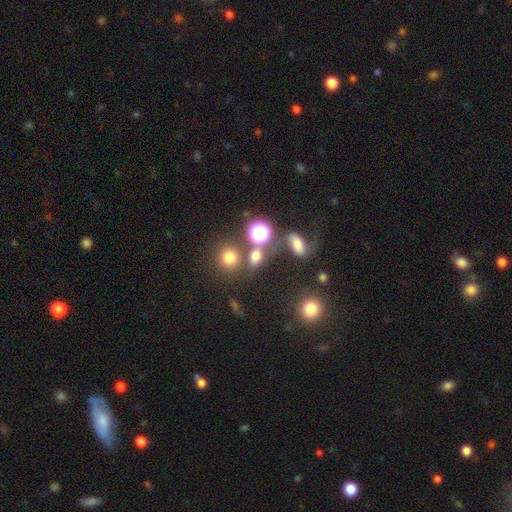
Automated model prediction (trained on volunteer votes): This is likely a smooth galaxy (65%). How rounded: possibly round (57%). Merging: likely none (61%).